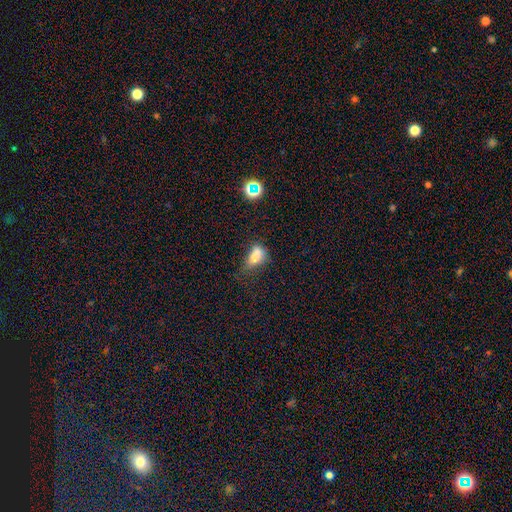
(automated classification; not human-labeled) A smooth galaxy with no disk features (68%) that is in between round and cigar-shaped (76%).

Vote fractions:
- Smooth or featured? smooth: 68% / featured or disk: 17% / star or artifact: 15%
- How rounded? in between: 76% / round: 16% / cigar-shaped: 8%
- Merging? merger: 28% / none: 26% / minor disturbance: 24% / major disturbance: 22%